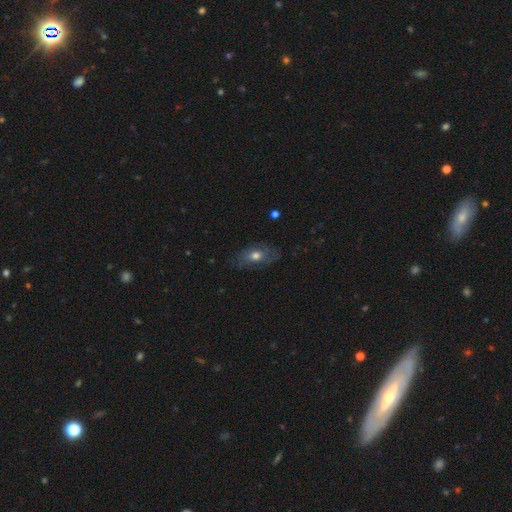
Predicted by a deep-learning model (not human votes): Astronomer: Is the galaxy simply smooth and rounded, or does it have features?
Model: smooth — 49% (runner-up: featured or disk, 43%).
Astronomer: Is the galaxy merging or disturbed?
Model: none — 70%.